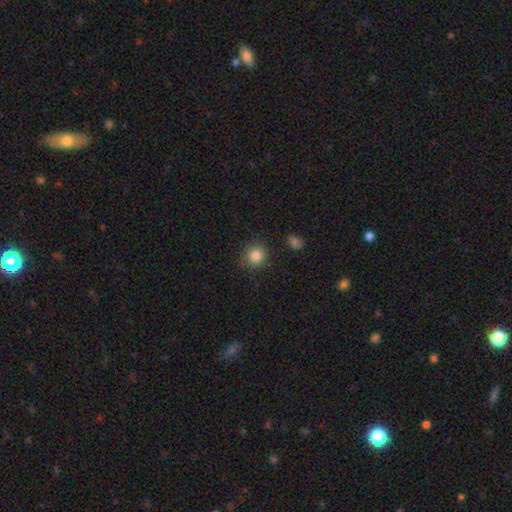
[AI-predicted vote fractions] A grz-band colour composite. It shows a smooth galaxy with no disk features (84%) that is round (91%). Merging: none (86%).